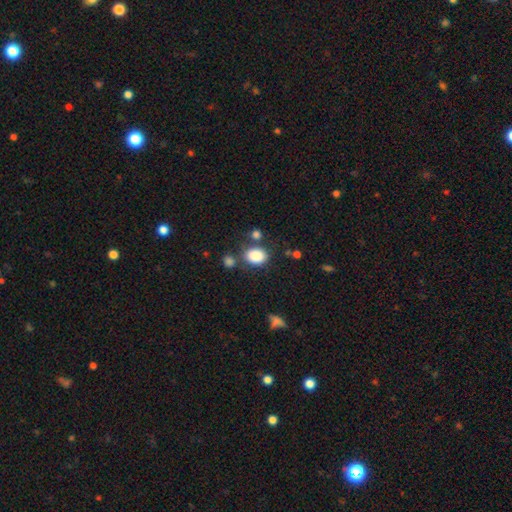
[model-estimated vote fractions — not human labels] Smooth or featured? smooth (87%)
How rounded? in between (64%)
Merging? none (68%)